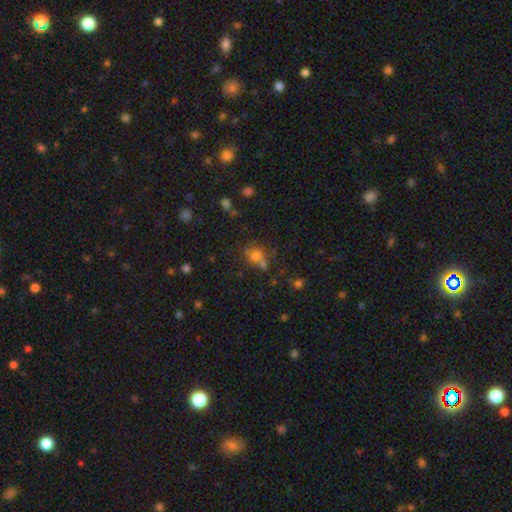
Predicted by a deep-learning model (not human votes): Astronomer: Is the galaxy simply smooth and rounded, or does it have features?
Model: smooth — 68%.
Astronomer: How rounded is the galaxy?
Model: round — 76%.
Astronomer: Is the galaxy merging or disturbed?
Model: none — 48% (runner-up: merger, 33%).